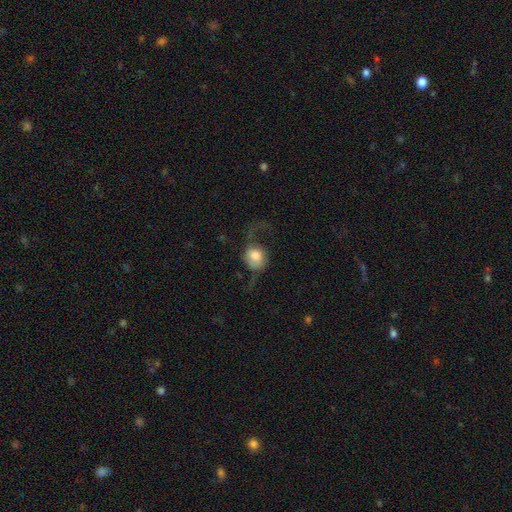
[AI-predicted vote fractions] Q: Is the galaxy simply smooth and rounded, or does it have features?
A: smooth — 56%.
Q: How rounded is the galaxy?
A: round — 73%.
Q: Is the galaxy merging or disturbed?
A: major disturbance — 47%.